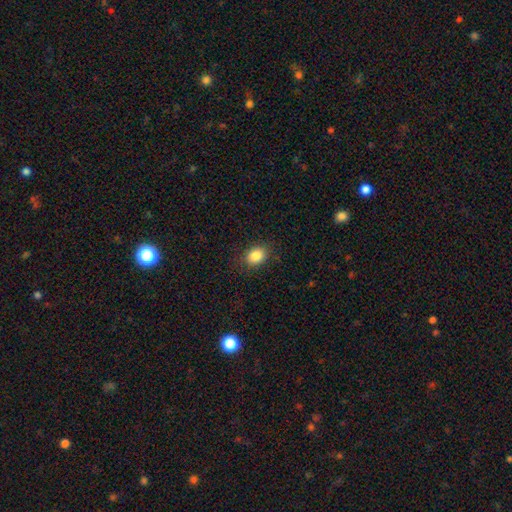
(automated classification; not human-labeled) This appears to be a smooth galaxy with no disk features (85%) that is in between round and cigar-shaped (62%). Merging: none (84%).